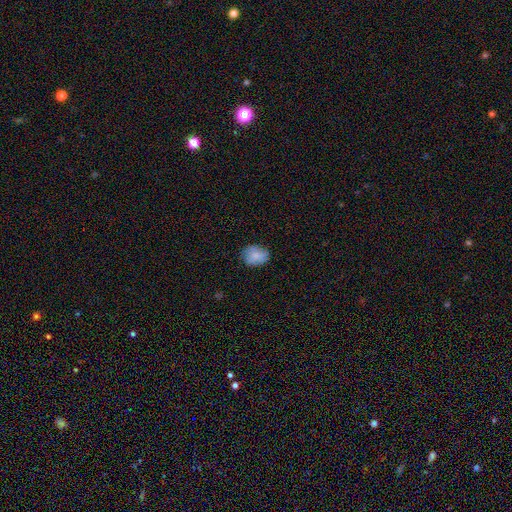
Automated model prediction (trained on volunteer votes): Overall: smooth (81%). How rounded: in between (59%; round 40%). Merging: none (76%).